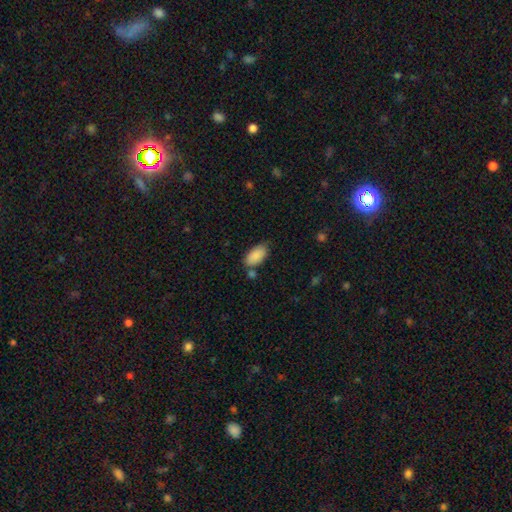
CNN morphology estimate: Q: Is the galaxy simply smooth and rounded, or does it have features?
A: smooth — 88%.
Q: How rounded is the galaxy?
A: in between — 94%.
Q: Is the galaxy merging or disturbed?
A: none — 68%.